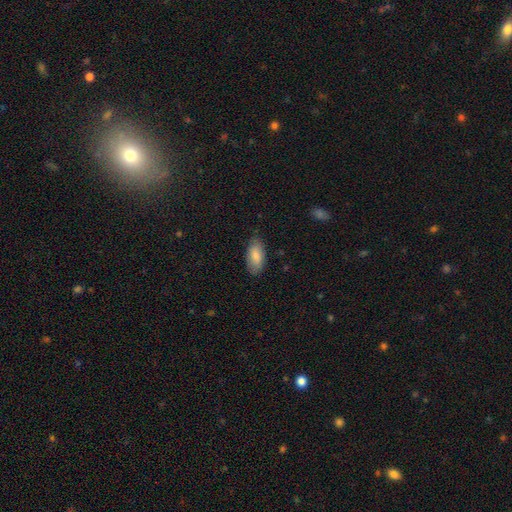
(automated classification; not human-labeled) A smooth galaxy with no disk features (84%) that is in between round and cigar-shaped (91%). Merging: none (82%).